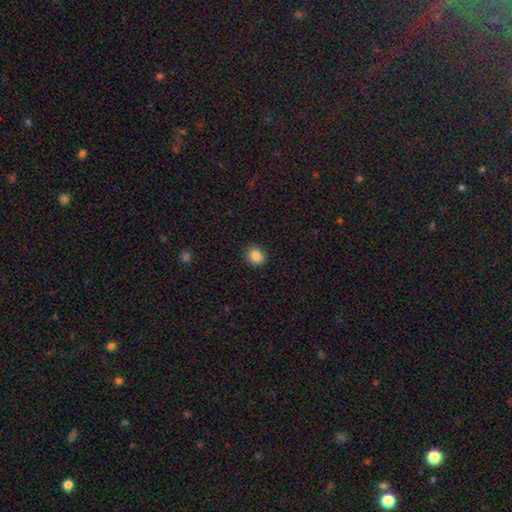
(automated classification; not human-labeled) Smooth or featured: smooth — 86% (star or artifact — 9%)
How rounded: round — 60% (in between — 39%)
Merging: none — 88% (minor disturbance — 9%)